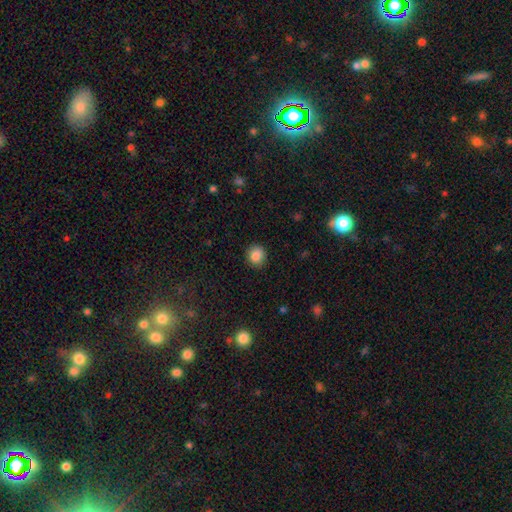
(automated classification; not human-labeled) Q: Smooth or featured?
A: smooth (86%); runner-up: star or artifact (10%)
Q: How rounded?
A: round (81%); runner-up: in between (18%)
Q: Merging?
A: none (89%); runner-up: minor disturbance (8%)